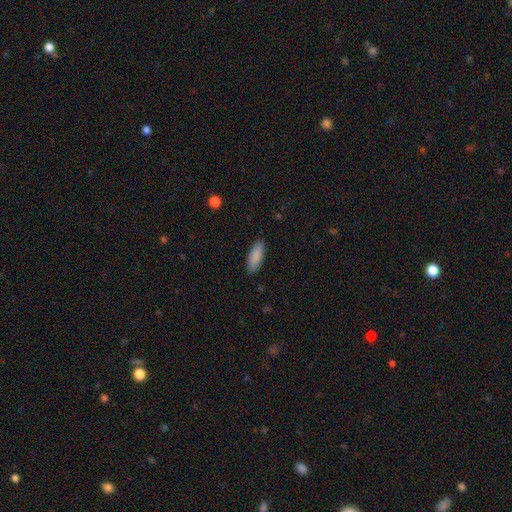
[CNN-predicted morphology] Smooth or featured? Predicted: smooth (p=0.88). How rounded? Predicted: in between (p=0.67). Merging? Predicted: none (p=0.88).